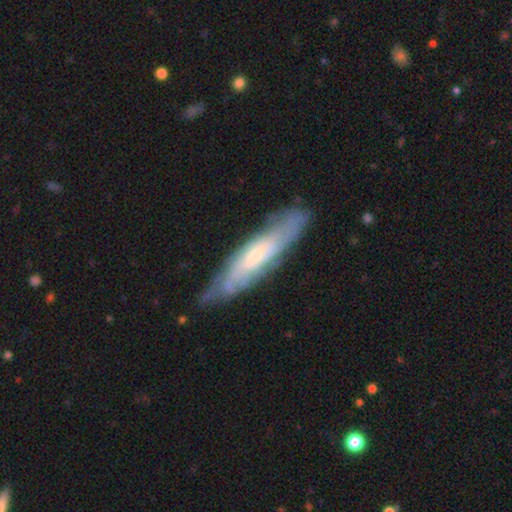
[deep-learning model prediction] Smooth or featured?
  - featured or disk: 66% *
  - smooth: 28%
  - star or artifact: 6%
Edge-on disk?
  - no: 59% *
  - yes: 41%
Merging?
  - none: 74% *
  - minor disturbance: 19%
  - major disturbance: 5%
  - merger: 2%